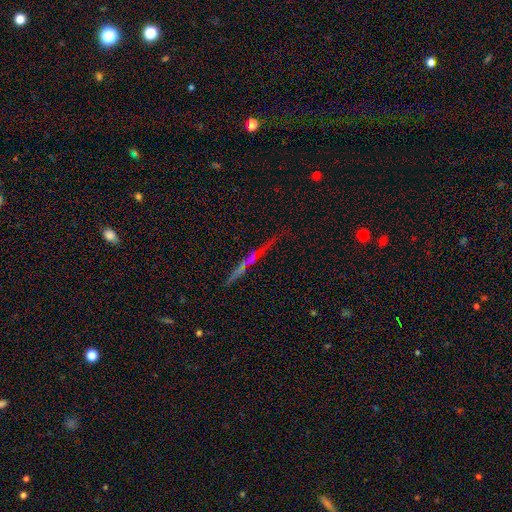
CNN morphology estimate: Q: Smooth or featured?
A: featured or disk (42%); runner-up: smooth (31%)
Q: Merging?
A: none (82%); runner-up: minor disturbance (10%)